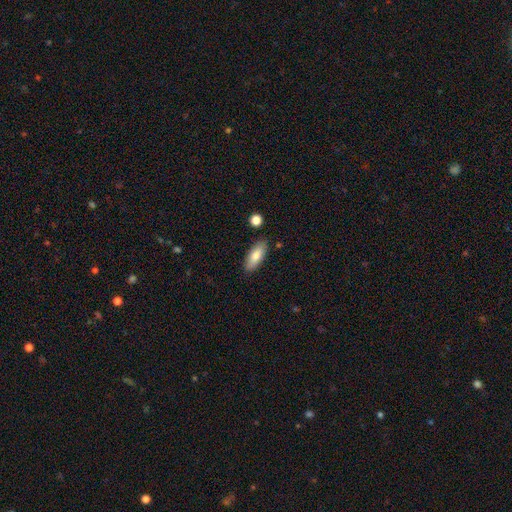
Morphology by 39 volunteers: Smooth or featured? smooth (79%)
How rounded? in between (84%)
Merging? none (86%)